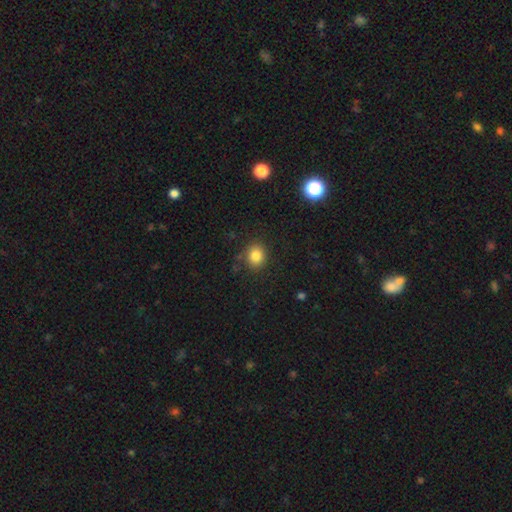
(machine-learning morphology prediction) Overall: smooth (84%). How rounded: round (74%). Merging: none (84%).